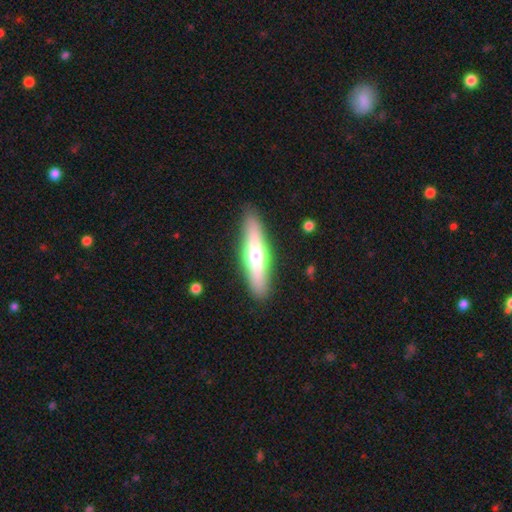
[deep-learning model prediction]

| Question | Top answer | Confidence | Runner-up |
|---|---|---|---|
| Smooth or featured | featured or disk | 48% | smooth (46%) |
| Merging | none | 89% | minor disturbance (8%) |